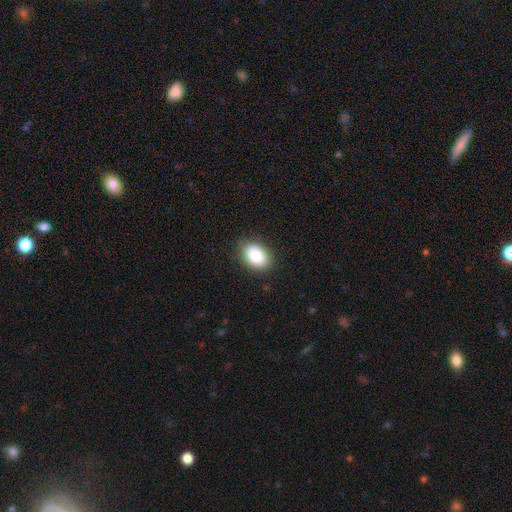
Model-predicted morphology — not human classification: Smooth or featured? smooth (85%)
How rounded? in between (84%)
Merging? none (84%)